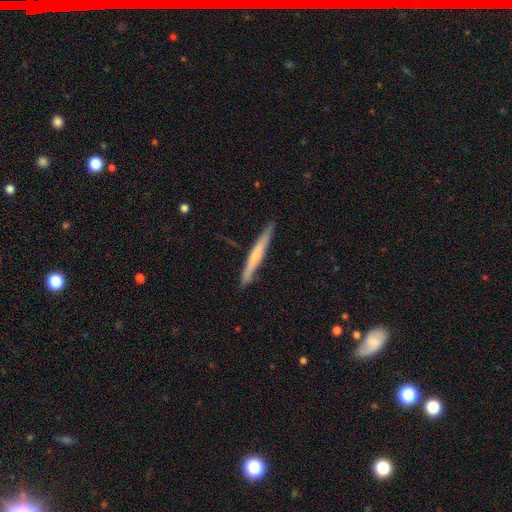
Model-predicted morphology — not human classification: featured or disk 52%, smooth 42%, star or artifact 6%. Down the decision tree: edge-on disk — yes (96%); edge-on bulge — none (48%); merging — none (87%).